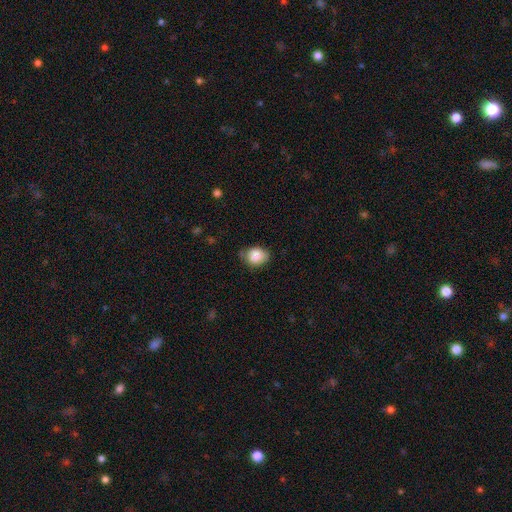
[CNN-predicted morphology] Q: Smooth or featured?
A: smooth (87%); runner-up: star or artifact (8%)
Q: How rounded?
A: round (55%); runner-up: in between (44%)
Q: Merging?
A: none (65%); runner-up: minor disturbance (26%)